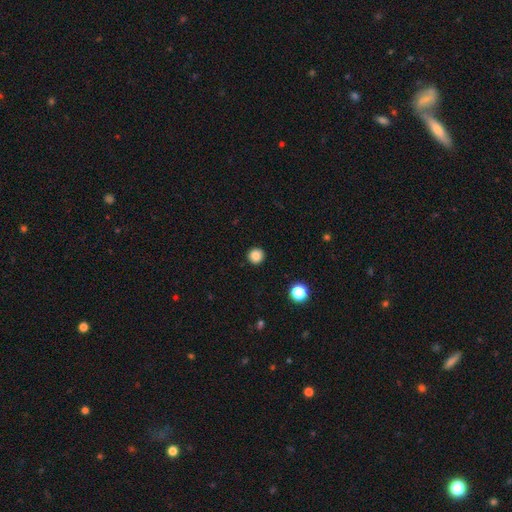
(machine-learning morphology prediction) Smooth or featured? smooth (86%)
How rounded? round (95%)
Merging? none (92%)